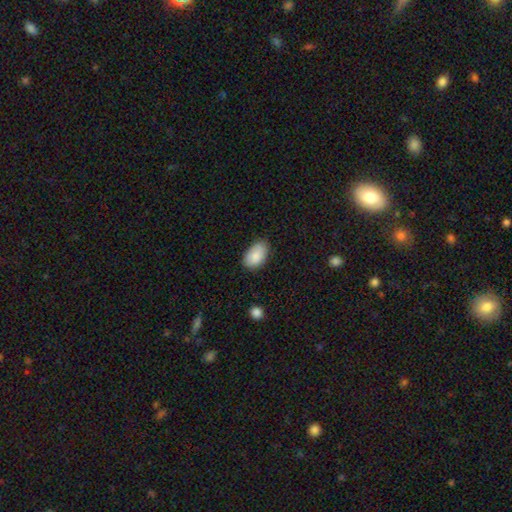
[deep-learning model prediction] Q: Smooth or featured?
A: smooth (86%); runner-up: featured or disk (7%)
Q: How rounded?
A: in between (93%); runner-up: round (6%)
Q: Merging?
A: none (74%); runner-up: minor disturbance (21%)